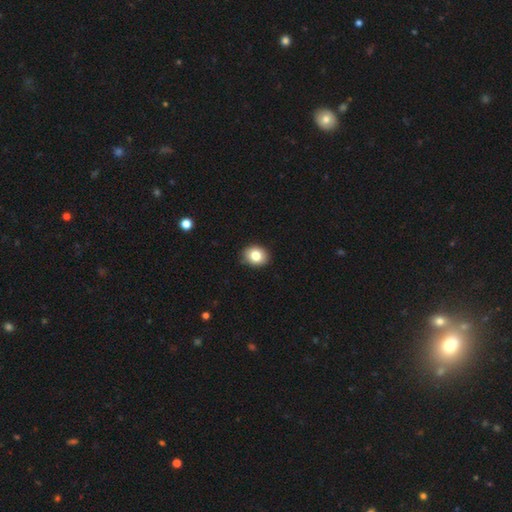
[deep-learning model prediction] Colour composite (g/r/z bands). It shows a smooth galaxy with no disk features (82%) that is round (53%). Merging: none (87%).